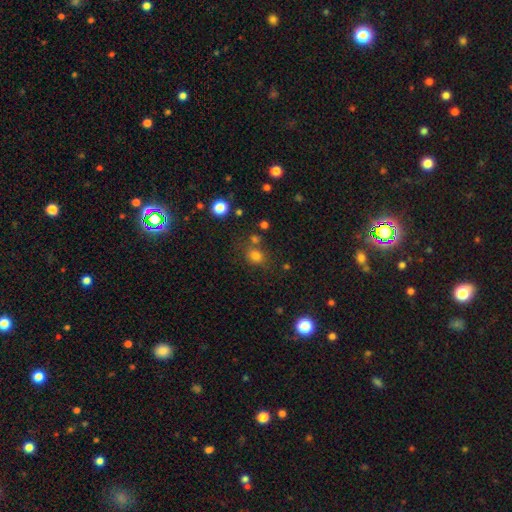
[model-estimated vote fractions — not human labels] Overall: smooth (77%). How rounded: round (64%; in between 35%). Merging: none (66%).